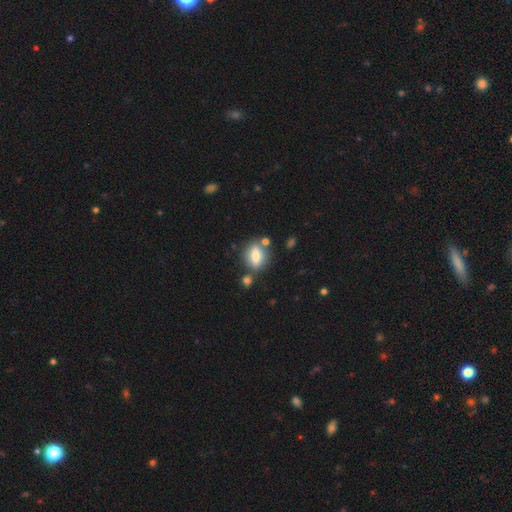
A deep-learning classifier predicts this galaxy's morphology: Smooth or featured? Predicted: smooth (p=0.73). How rounded? Predicted: in between (p=0.67). Merging? Predicted: none (p=0.69).